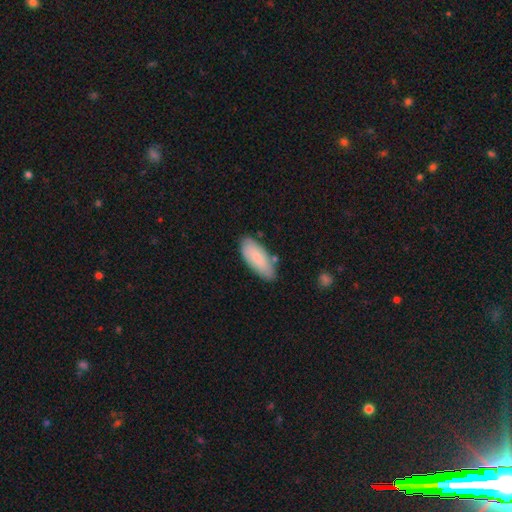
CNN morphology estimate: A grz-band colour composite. It shows a smooth galaxy with no disk features (79%) that is in between round and cigar-shaped (82%). Merging: none (76%).